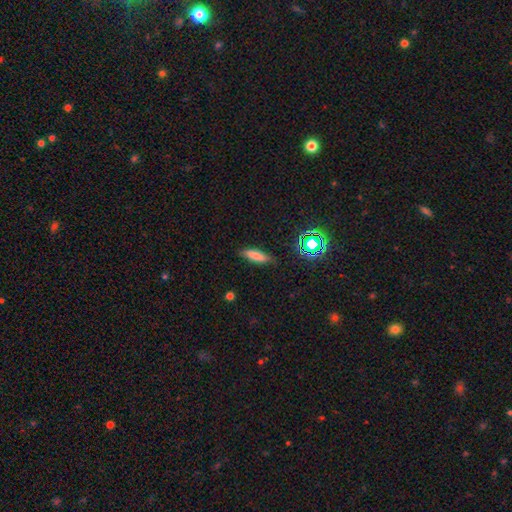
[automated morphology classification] A smooth galaxy with no disk features (75%) that is cigar-shaped (58%).

Vote fractions:
- Smooth or featured? smooth: 75% / star or artifact: 13% / featured or disk: 12%
- How rounded? cigar-shaped: 58% / in between: 40% / round: 3%
- Merging? none: 84% / minor disturbance: 12% / major disturbance: 3% / merger: 1%